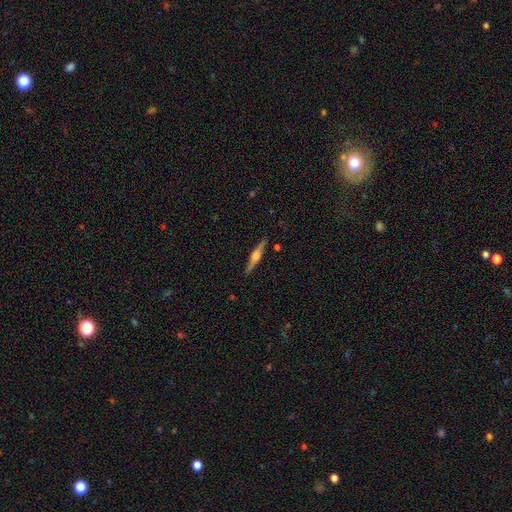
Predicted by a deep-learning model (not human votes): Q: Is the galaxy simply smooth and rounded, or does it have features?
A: featured or disk — 70%.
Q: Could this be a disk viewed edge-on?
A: yes — 98%.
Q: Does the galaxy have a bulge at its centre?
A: rounded — 79%.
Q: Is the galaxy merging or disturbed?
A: none — 89%.